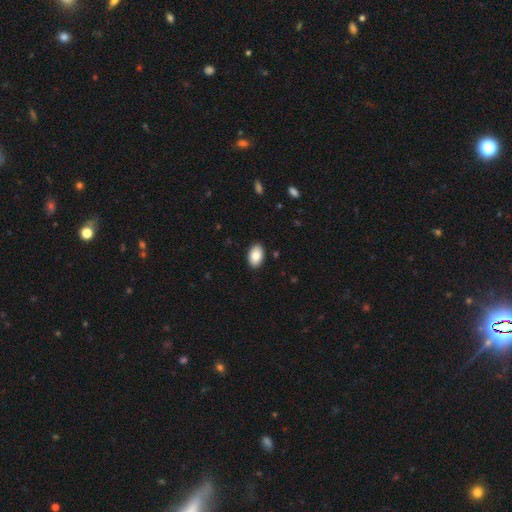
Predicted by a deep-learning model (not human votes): Smooth or featured? Predicted: smooth (p=0.87). How rounded? Predicted: in between (p=0.92). Merging? Predicted: none (p=0.90).